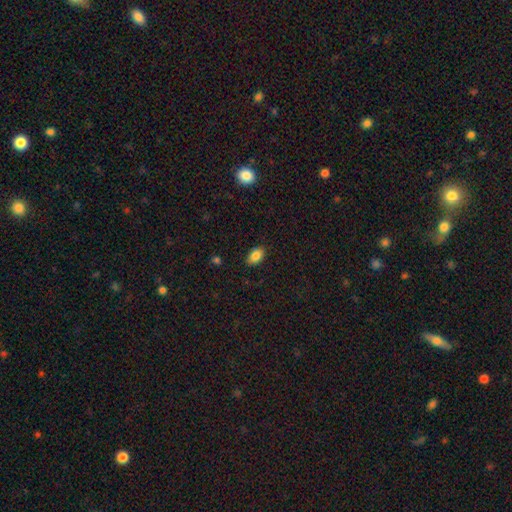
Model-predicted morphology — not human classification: type=smooth (84%); roundness=in between (90%); merging=none (87%).